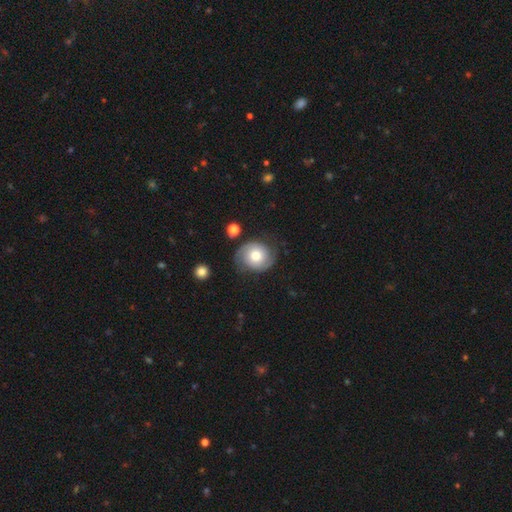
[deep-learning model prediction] featured or disk 64%, smooth 29%, star or artifact 8%. Down the decision tree: edge-on disk — no (98%); bar — no (79%); spiral arms — yes (90%); spiral arm count — 2 (89%); spiral winding — tight (44%); bulge size — moderate (68%); merging — none (75%).